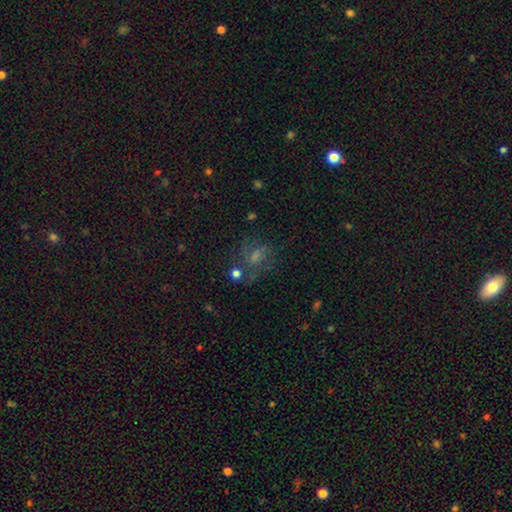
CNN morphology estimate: Smooth or featured?
  - featured or disk: 40% *
  - smooth: 32%
  - star or artifact: 27%
Merging?
  - none: 57% *
  - minor disturbance: 18%
  - major disturbance: 18%
  - merger: 7%